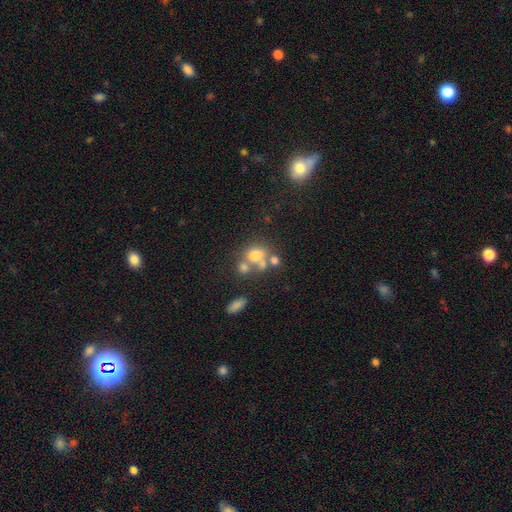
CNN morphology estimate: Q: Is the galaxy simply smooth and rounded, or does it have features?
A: smooth — 64%.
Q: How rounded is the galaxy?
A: round — 69%.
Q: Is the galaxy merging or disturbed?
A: merger — 41%.